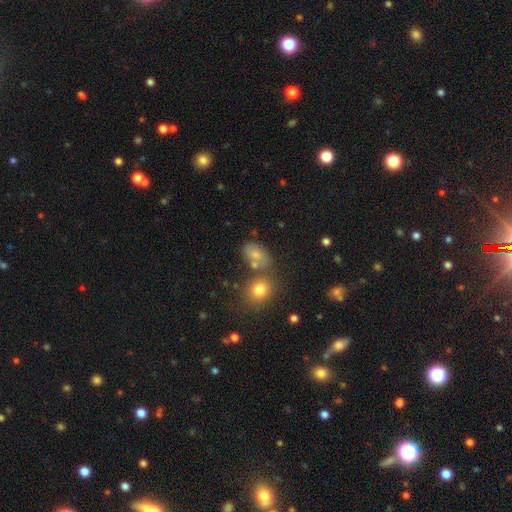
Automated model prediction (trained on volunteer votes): The model was most divided on "merging": none: 54%, merger: 24%, minor disturbance: 15%, major disturbance: 6%. More confident: how rounded — in between (78%); smooth or featured — smooth (74%).